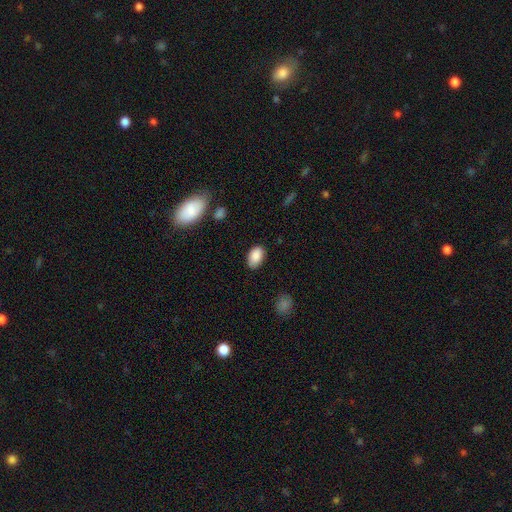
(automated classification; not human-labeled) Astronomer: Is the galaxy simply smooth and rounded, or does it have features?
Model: smooth — 88%.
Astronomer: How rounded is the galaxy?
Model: in between — 91%.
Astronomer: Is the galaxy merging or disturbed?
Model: none — 82%.